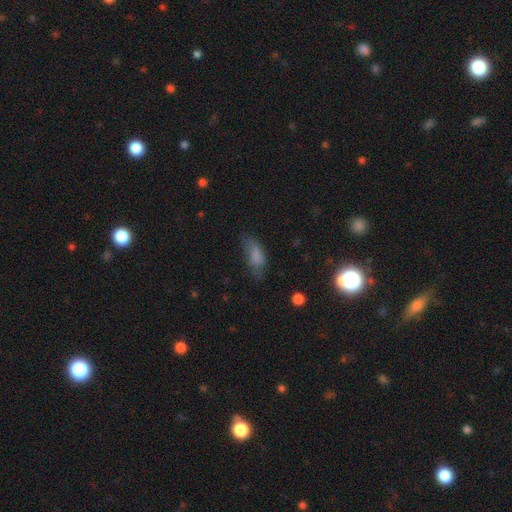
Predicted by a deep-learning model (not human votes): Smooth or featured?
  - smooth: 76% *
  - featured or disk: 14%
  - star or artifact: 10%
How rounded?
  - in between: 82% *
  - cigar-shaped: 14%
  - round: 4%
Merging?
  - none: 46% *
  - minor disturbance: 32%
  - major disturbance: 20%
  - merger: 3%